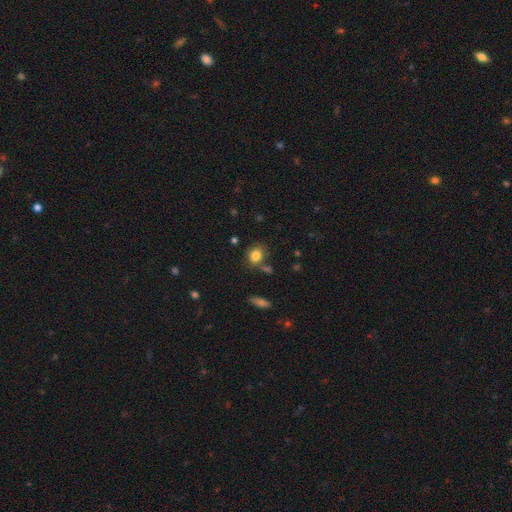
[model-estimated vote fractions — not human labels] This appears to be a smooth galaxy with no disk features (82%) that is round (60%). Merging: none (71%).